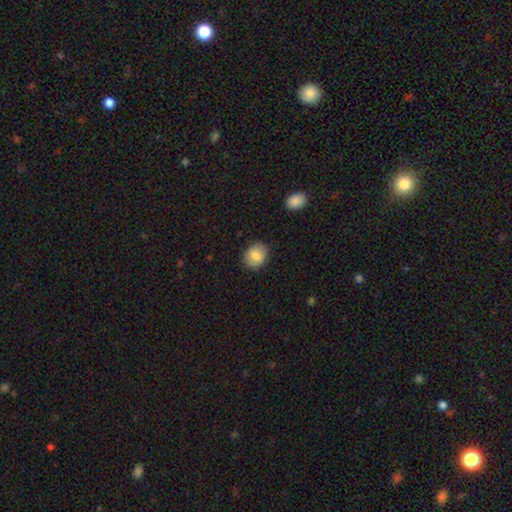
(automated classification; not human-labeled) The model was most divided on "how rounded": round: 54%, in between: 45%, cigar-shaped: 1%. More confident: merging — none (83%); smooth or featured — smooth (80%).